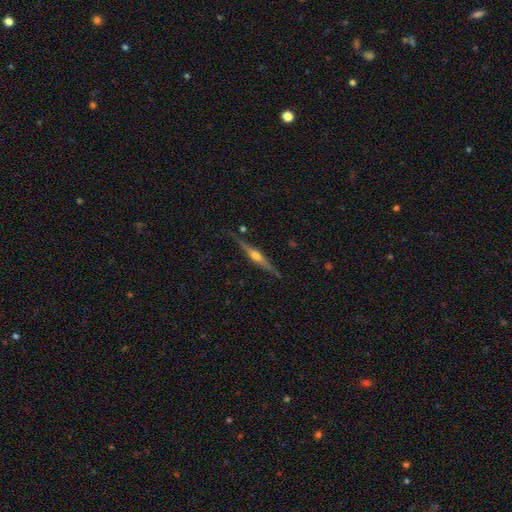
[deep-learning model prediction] smooth_or_featured: featured or disk (p=0.78) [alt: smooth p=0.15]
disk_edge_on: yes (p=0.98) [alt: no p=0.02]
edge_on_bulge: rounded (p=0.92) [alt: boxy p=0.04]
merging: none (p=0.84) [alt: minor disturbance p=0.11]